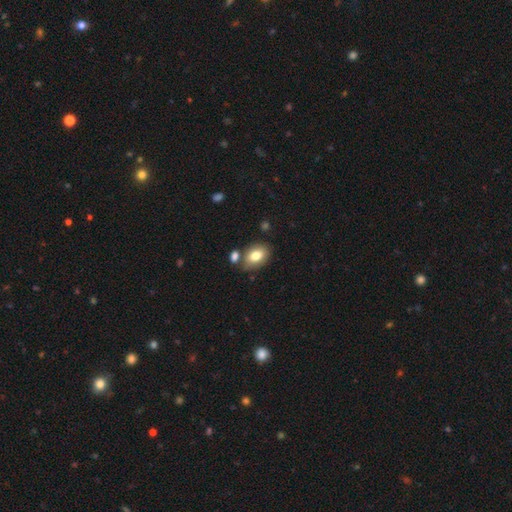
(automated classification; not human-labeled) Smooth or featured: smooth — 80% (featured or disk — 12%)
How rounded: in between — 82% (round — 17%)
Merging: none — 69% (minor disturbance — 14%)